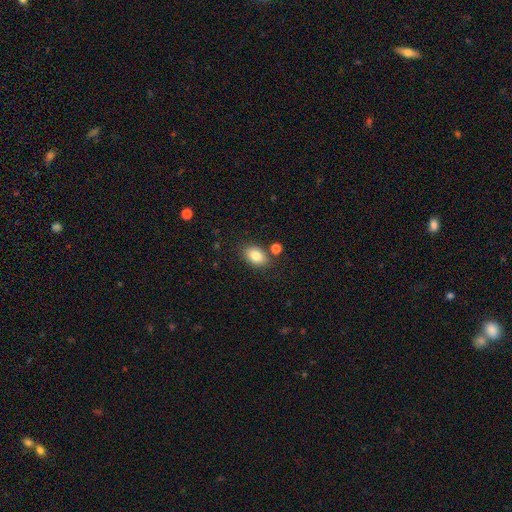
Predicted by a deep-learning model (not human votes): Smooth or featured? smooth (83%)
How rounded? in between (84%)
Merging? none (79%)